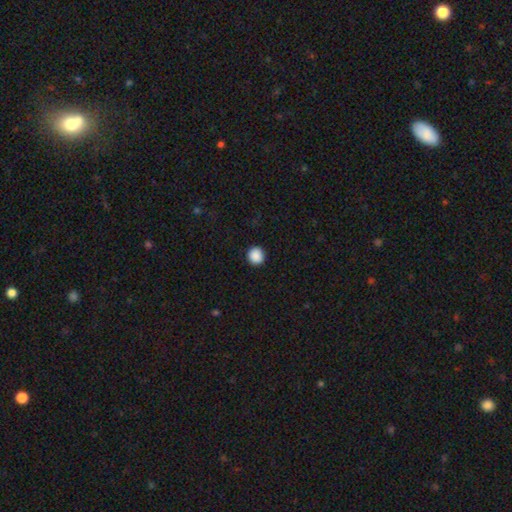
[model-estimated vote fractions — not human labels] This appears to be a smooth galaxy with no disk features (89%) that is round (91%). Merging: none (92%).